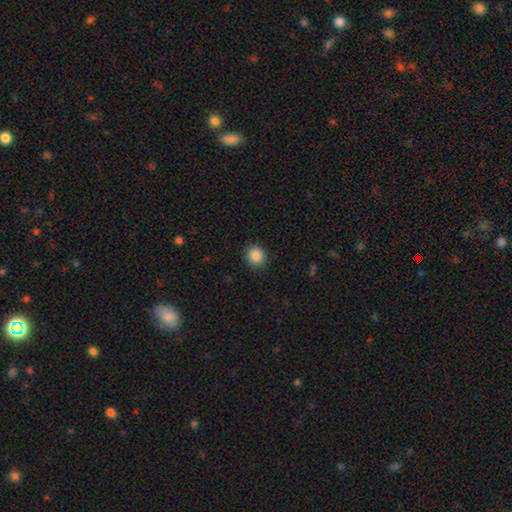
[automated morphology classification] This is clearly a smooth galaxy (88%). How rounded: clearly round (84%). Merging: clearly none (89%).